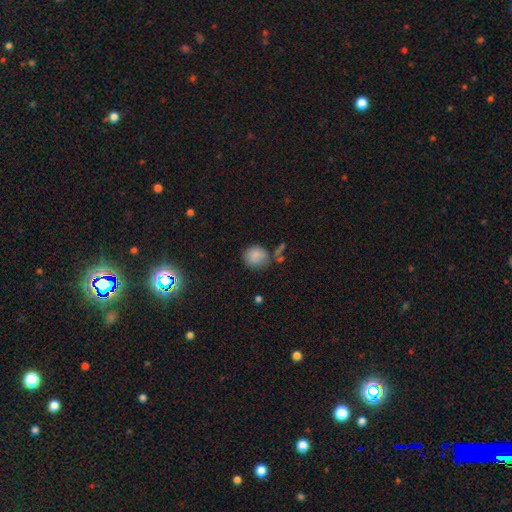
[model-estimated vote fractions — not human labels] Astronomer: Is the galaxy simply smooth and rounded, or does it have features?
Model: smooth — 83%.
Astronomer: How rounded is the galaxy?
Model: round — 79%.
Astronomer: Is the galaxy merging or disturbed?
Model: none — 65%.